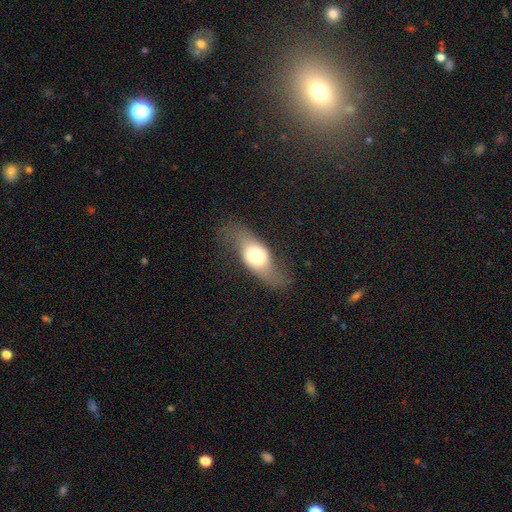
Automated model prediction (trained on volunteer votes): Overall: featured or disk (53%; smooth 39%). Edge-on disk: no (73%). Merging: none (55%; major disturbance 21%).